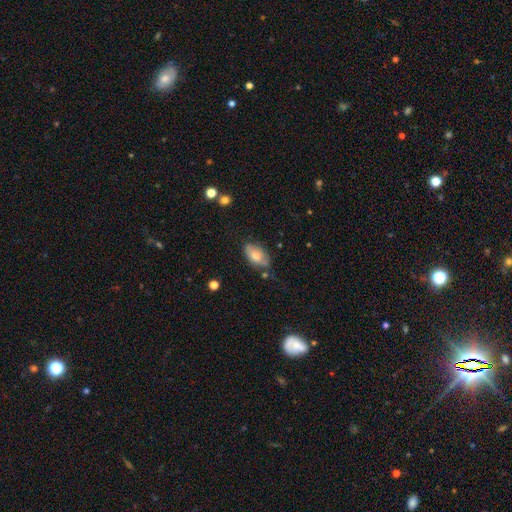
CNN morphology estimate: smooth 71%, featured or disk 21%, star or artifact 7%. Down the decision tree: how rounded — in between (92%); merging — none (68%).